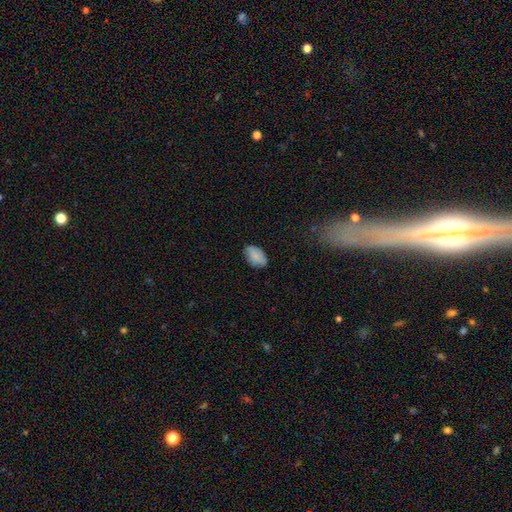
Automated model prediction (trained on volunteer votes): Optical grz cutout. It shows a smooth galaxy with no disk features (84%) that is in between round and cigar-shaped (91%). Merging: none (76%).